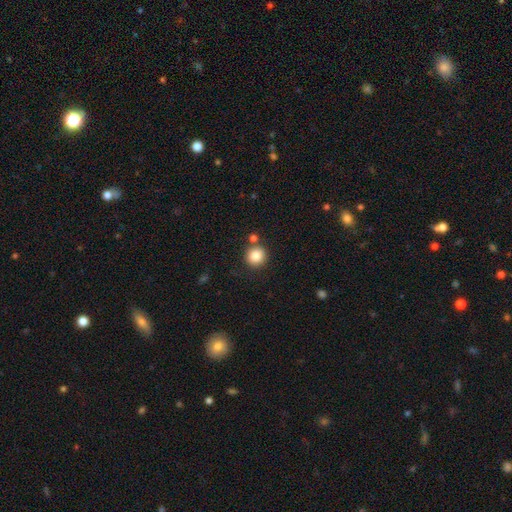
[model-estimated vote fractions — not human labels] A smooth galaxy with no disk features (85%) that is round (93%). Merging: none (79%).